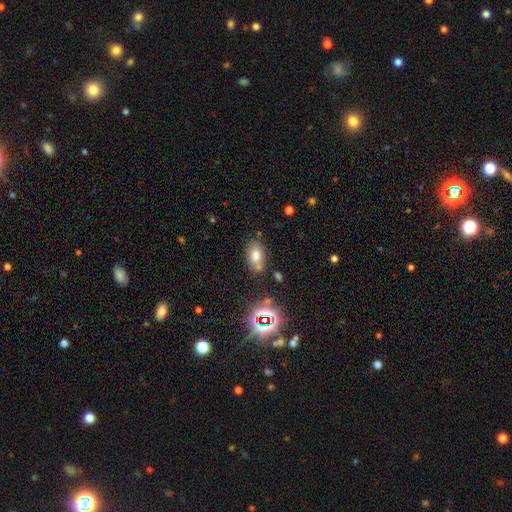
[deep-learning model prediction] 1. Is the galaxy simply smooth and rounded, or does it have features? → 72% smooth, 15% star or artifact, 13% featured or disk.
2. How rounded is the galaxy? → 85% in between, 13% round, 2% cigar-shaped.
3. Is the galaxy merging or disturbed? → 63% none, 16% merger, 16% minor disturbance, 5% major disturbance.